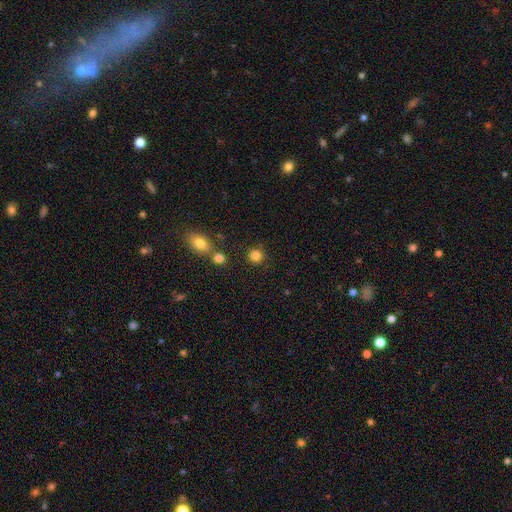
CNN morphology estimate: Overall: smooth (83%). How rounded: round (91%). Merging: none (81%).